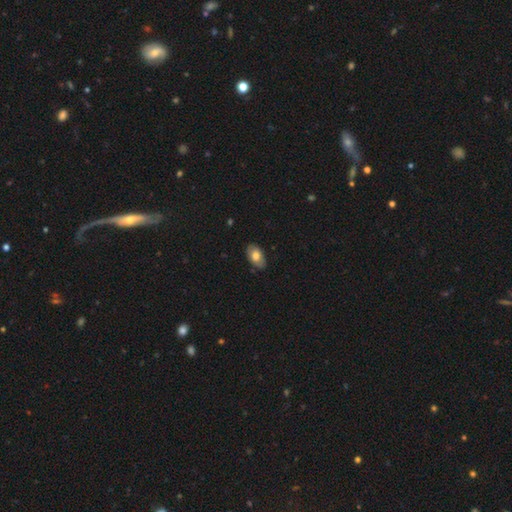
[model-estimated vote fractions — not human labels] smooth-or-featured: smooth: 73% | featured or disk: 20% | star or artifact: 7%
  how-rounded: in between: 93% | round: 6% | cigar-shaped: 2%
  merging: none: 83% | minor disturbance: 14% | major disturbance: 2% | merger: 1%